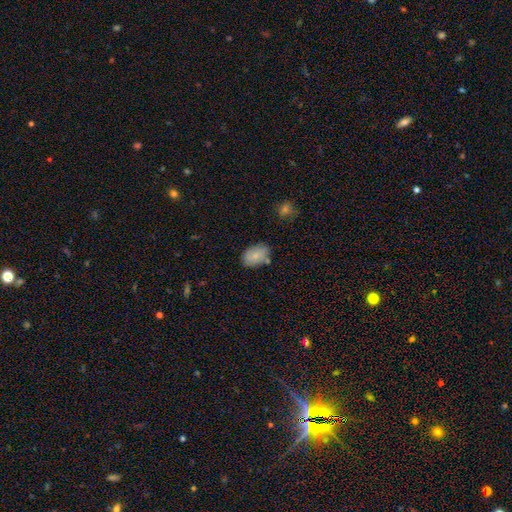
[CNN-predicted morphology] A smooth galaxy with no disk features (78%) that is in between round and cigar-shaped (86%). Merging: none (70%).